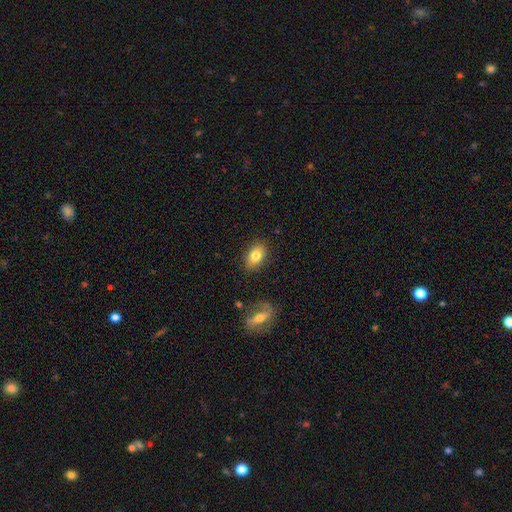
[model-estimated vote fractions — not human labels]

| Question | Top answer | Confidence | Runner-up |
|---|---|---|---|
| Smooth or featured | smooth | 77% | featured or disk (14%) |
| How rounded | in between | 85% | round (13%) |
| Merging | none | 84% | minor disturbance (11%) |